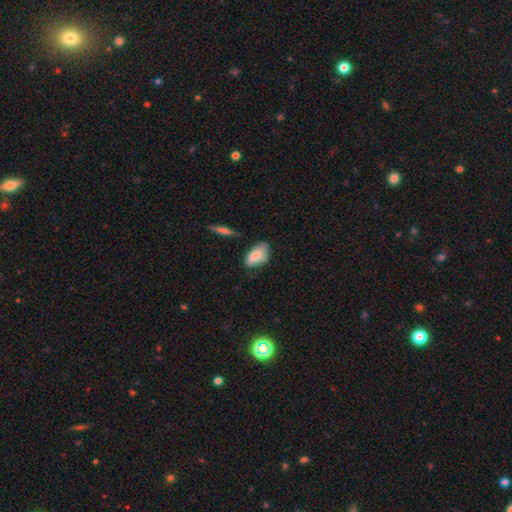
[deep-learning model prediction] Smooth or featured?
  - smooth: 81% *
  - featured or disk: 12%
  - star or artifact: 7%
How rounded?
  - in between: 92% *
  - round: 5%
  - cigar-shaped: 4%
Merging?
  - none: 56% *
  - minor disturbance: 33%
  - major disturbance: 7%
  - merger: 4%